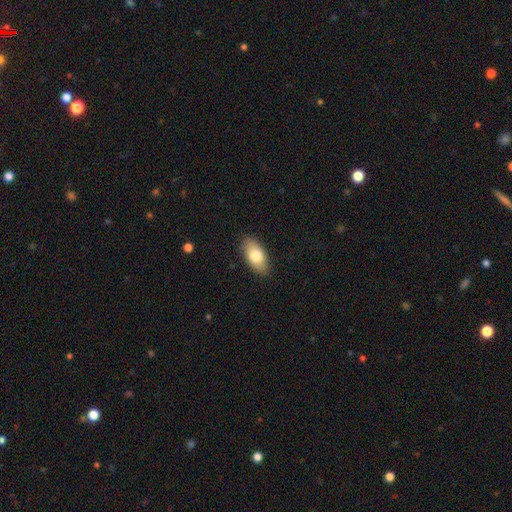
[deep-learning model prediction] Smooth or featured? Predicted: smooth (p=0.78). How rounded? Predicted: in between (p=0.92). Merging? Predicted: none (p=0.87).